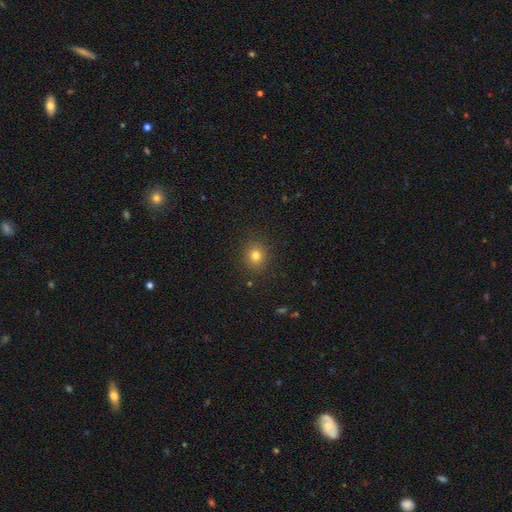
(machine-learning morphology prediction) Smooth or featured? smooth (78%)
How rounded? round (83%)
Merging? none (90%)